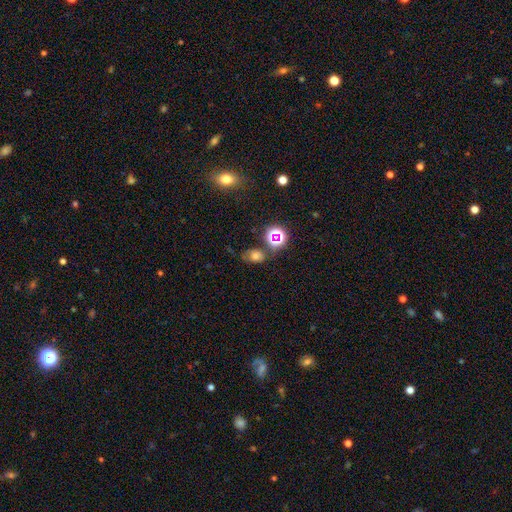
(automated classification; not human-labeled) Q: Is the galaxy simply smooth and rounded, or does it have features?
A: smooth — 63%.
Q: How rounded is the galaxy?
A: in between — 64%.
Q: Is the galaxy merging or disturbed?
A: none — 63%.